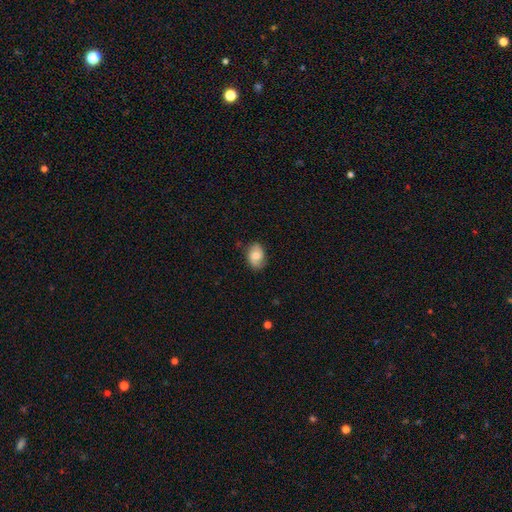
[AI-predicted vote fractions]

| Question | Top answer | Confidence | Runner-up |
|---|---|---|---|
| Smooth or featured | smooth | 67% | featured or disk (26%) |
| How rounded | in between | 74% | round (24%) |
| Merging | none | 76% | minor disturbance (19%) |